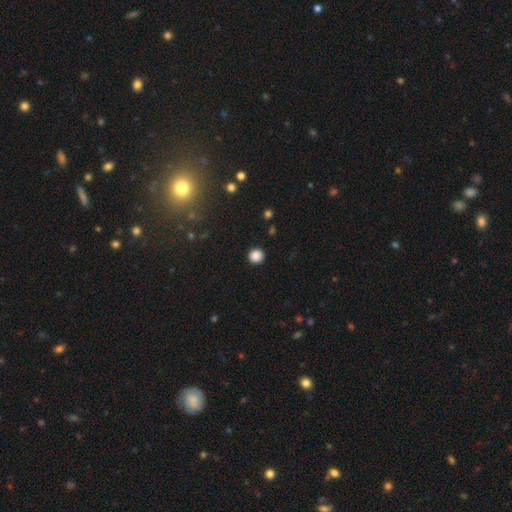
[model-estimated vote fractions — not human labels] Smooth or featured? Predicted: smooth (p=0.87). How rounded? Predicted: round (p=0.94). Merging? Predicted: none (p=0.92).